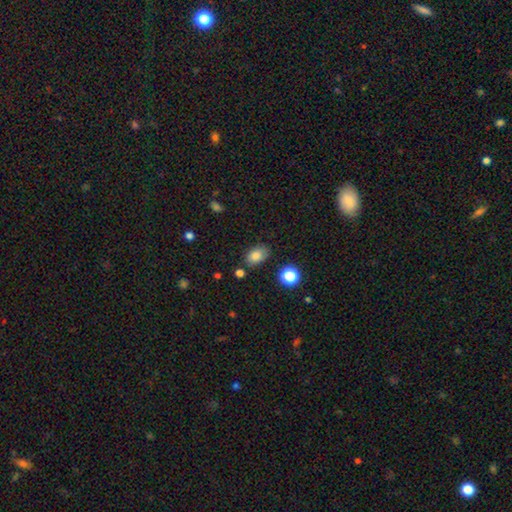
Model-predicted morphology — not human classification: Smooth or featured? Predicted: smooth (p=0.82). How rounded? Predicted: in between (p=0.83). Merging? Predicted: none (p=0.76).